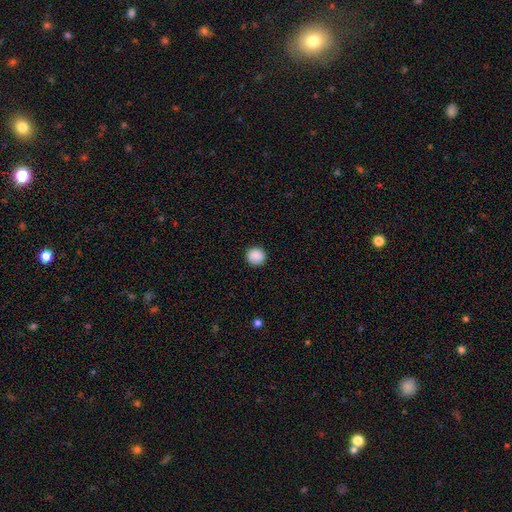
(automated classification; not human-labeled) smooth 89%, star or artifact 8%, featured or disk 3%. Down the decision tree: how rounded — round (93%); merging — none (92%).